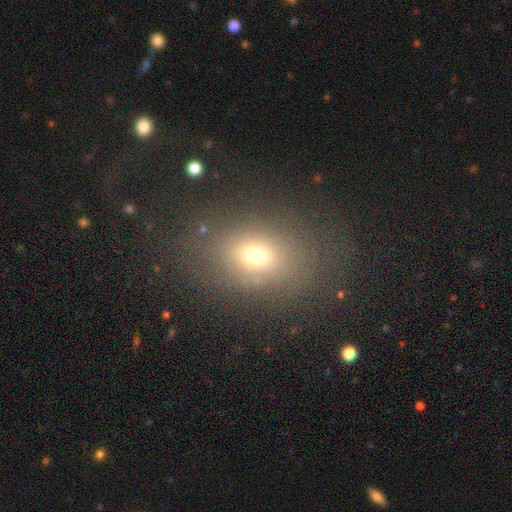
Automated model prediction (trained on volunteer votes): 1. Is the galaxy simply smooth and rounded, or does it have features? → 67% smooth, 18% star or artifact, 14% featured or disk.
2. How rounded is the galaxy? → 64% in between, 35% round, 2% cigar-shaped.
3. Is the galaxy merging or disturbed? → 77% none, 12% minor disturbance, 9% major disturbance, 2% merger.